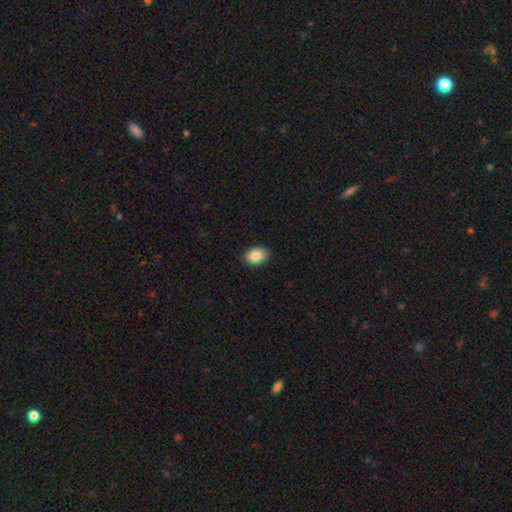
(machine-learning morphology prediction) This is clearly a smooth galaxy (87%). How rounded: likely in between (77%). Merging: clearly none (89%).